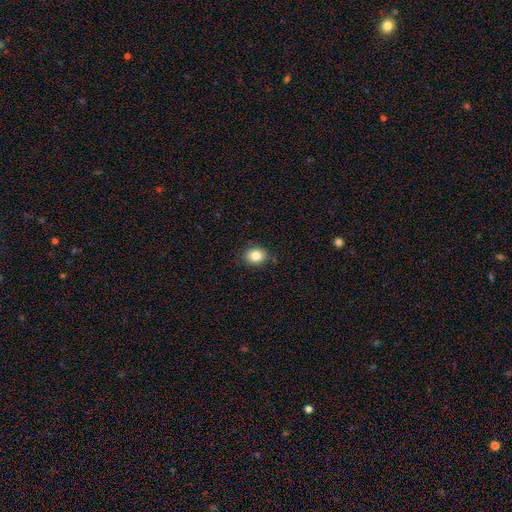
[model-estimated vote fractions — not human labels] Smooth or featured?
  - smooth: 83% *
  - star or artifact: 11%
  - featured or disk: 7%
How rounded?
  - round: 62% *
  - in between: 37%
  - cigar-shaped: 1%
Merging?
  - none: 87% *
  - minor disturbance: 10%
  - major disturbance: 2%
  - merger: 1%